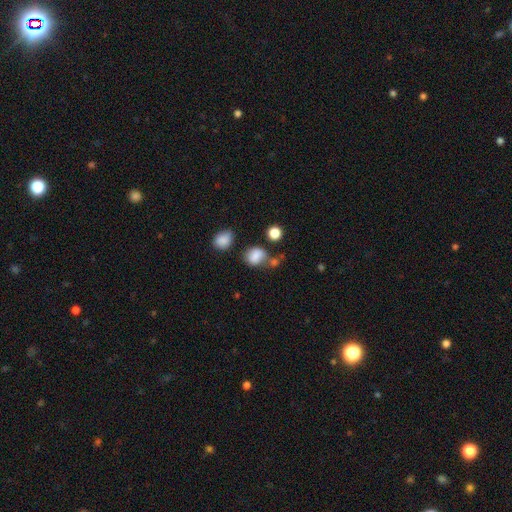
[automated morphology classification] This appears to be a smooth galaxy with no disk features (81%) that is round (52%). Merging: none (54%).